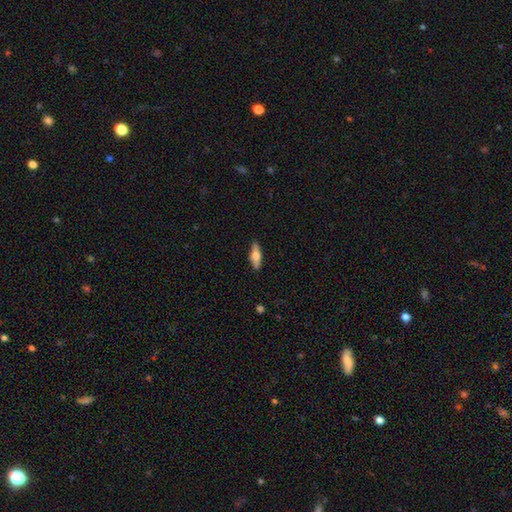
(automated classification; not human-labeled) Morphology: type=smooth (60%); roundness=in between (52%); merging=none (87%).